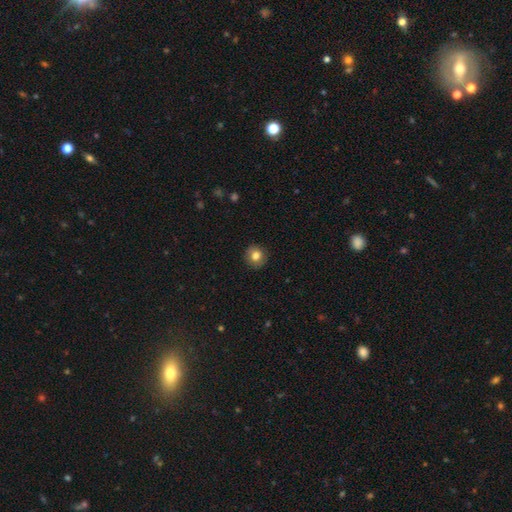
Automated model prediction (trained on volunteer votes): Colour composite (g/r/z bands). It shows a smooth galaxy with no disk features (81%) that is round (89%). Merging: none (90%).